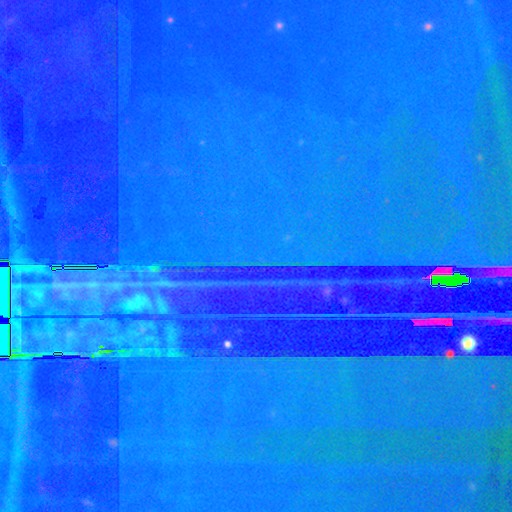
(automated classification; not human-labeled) Smooth or featured? Predicted: star or artifact (p=0.87).